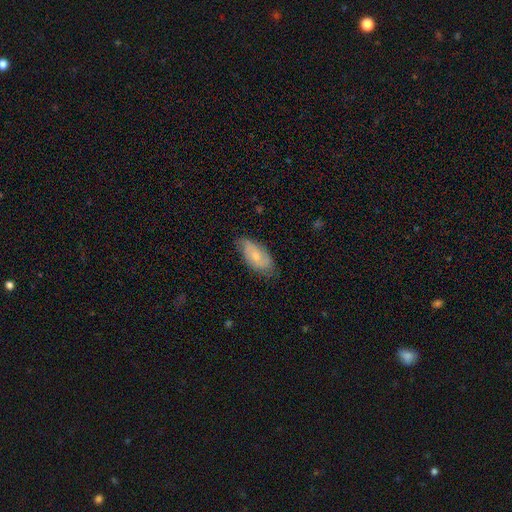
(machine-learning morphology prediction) A smooth galaxy with no disk features (53%) that is in between round and cigar-shaped (89%).

Vote fractions:
- Smooth or featured? smooth: 53% / featured or disk: 40% / star or artifact: 6%
- How rounded? in between: 89% / cigar-shaped: 8% / round: 3%
- Merging? none: 69% / minor disturbance: 25% / major disturbance: 5% / merger: 1%